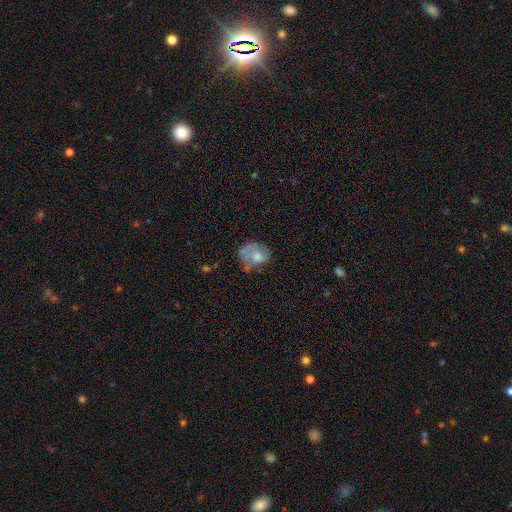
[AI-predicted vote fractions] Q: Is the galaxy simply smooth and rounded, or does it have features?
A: smooth — 60%.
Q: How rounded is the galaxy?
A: in between — 54%.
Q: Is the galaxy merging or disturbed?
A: none — 34%.